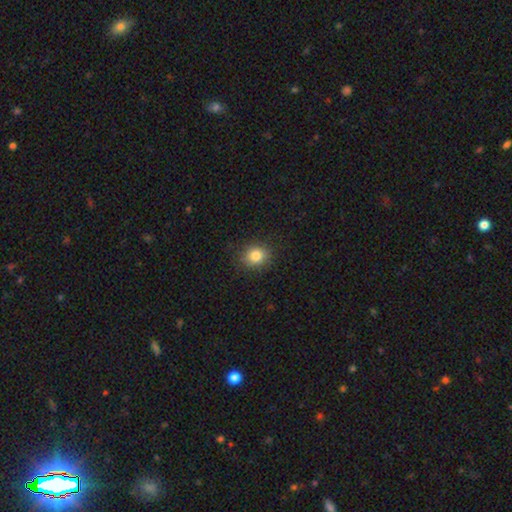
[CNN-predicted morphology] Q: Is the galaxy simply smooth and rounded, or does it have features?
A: smooth — 83%.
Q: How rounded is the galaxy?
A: round — 75%.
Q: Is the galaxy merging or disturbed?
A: none — 88%.